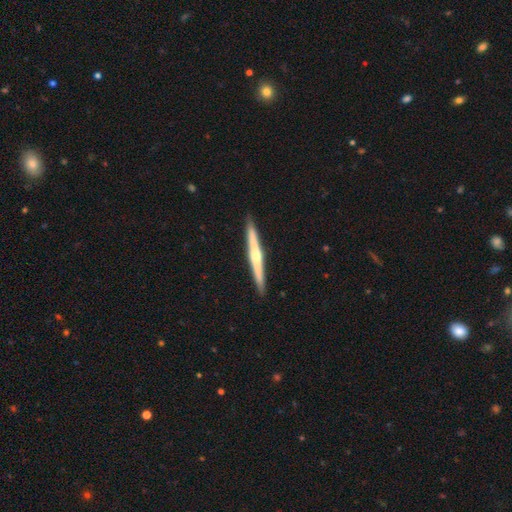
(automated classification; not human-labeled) Overall: featured or disk (66%; smooth 29%). Edge-on disk: yes (98%). Edge-on bulge: rounded (77%). Merging: none (92%).